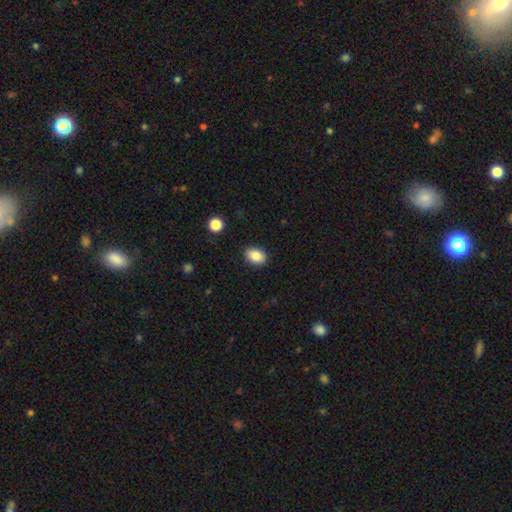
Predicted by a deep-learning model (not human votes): Smooth or featured?
  - smooth: 87% *
  - star or artifact: 8%
  - featured or disk: 4%
How rounded?
  - in between: 77% *
  - round: 22%
  - cigar-shaped: 1%
Merging?
  - none: 88% *
  - minor disturbance: 8%
  - major disturbance: 2%
  - merger: 1%